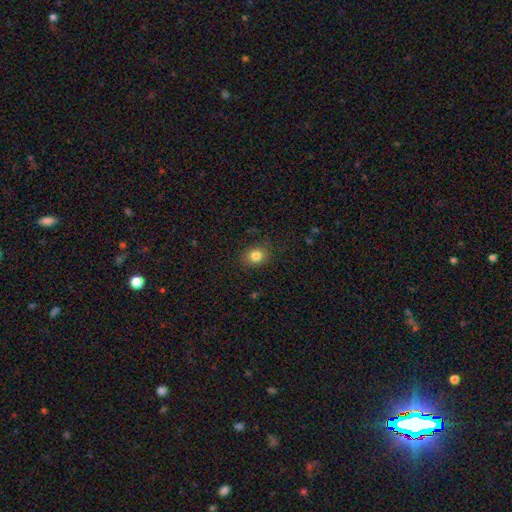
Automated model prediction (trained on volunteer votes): A smooth galaxy with no disk features (82%) that is round (60%). Merging: none (82%).